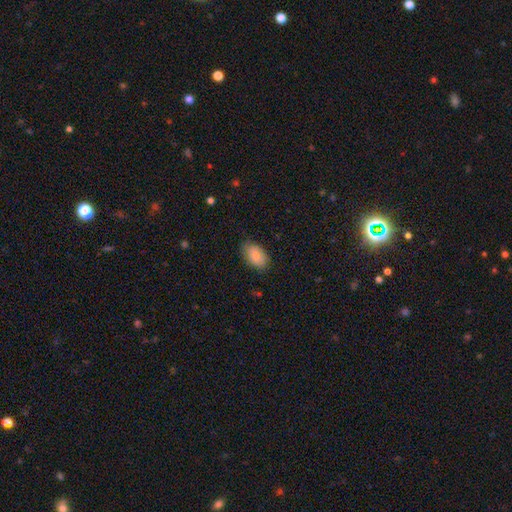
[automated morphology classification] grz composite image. It shows a smooth galaxy with no disk features (85%) that is in between round and cigar-shaped (91%). Merging: none (81%).